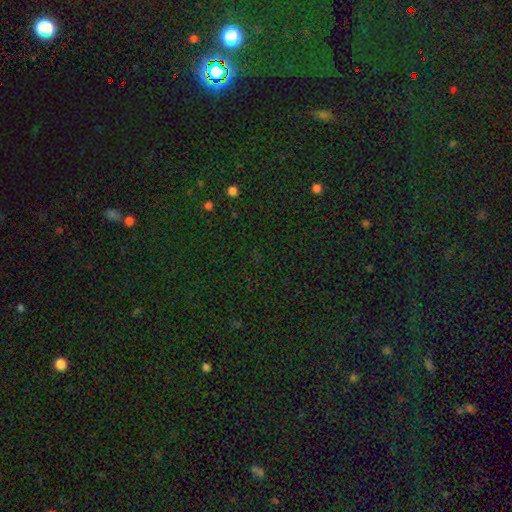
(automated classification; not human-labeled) Morphology: type=star or artifact (78%).